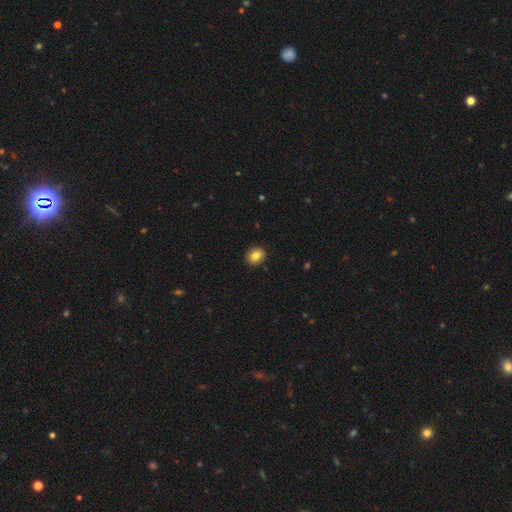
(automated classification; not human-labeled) Smooth or featured? Predicted: smooth (p=0.82). How rounded? Predicted: round (p=0.64). Merging? Predicted: none (p=0.91).